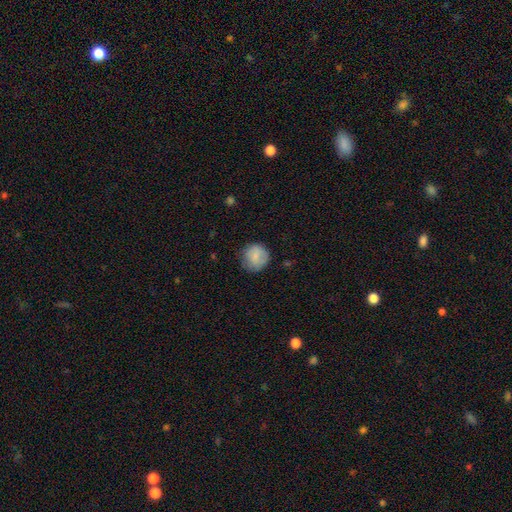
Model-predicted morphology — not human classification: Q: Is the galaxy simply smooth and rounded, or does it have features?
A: smooth — 82%.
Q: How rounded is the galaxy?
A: round — 90%.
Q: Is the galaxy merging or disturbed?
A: none — 76%.